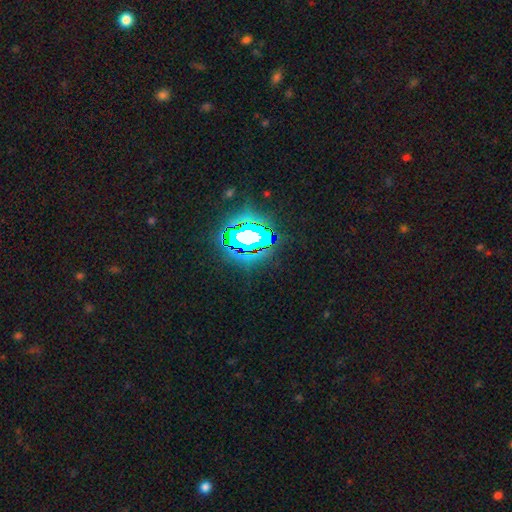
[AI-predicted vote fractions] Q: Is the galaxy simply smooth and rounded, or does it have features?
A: star or artifact — 79%.